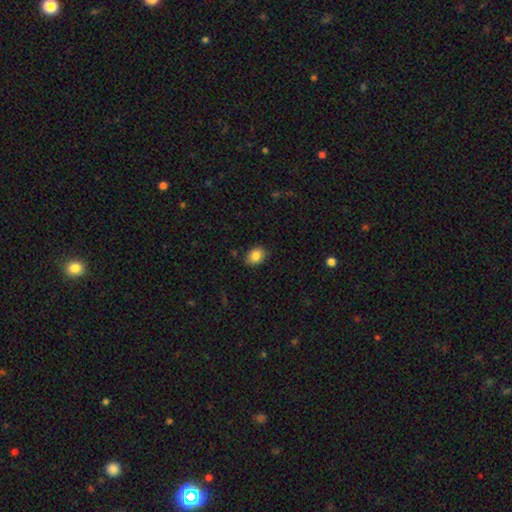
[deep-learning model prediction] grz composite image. It shows a smooth galaxy with no disk features (85%) that is in between round and cigar-shaped (63%). Merging: none (83%).